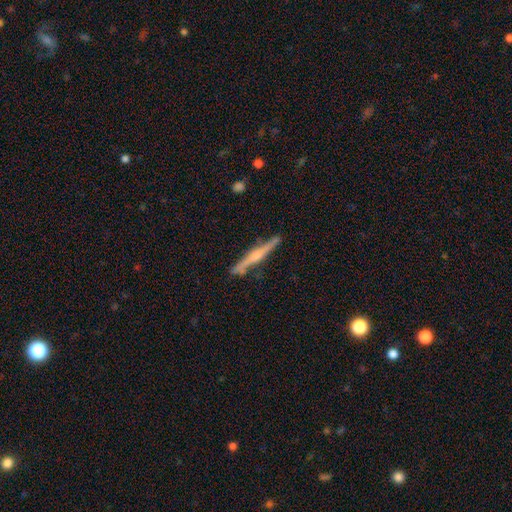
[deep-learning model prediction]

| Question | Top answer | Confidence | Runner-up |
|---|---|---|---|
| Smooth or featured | featured or disk | 73% | smooth (21%) |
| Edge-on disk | yes | 97% | no (3%) |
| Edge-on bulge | rounded | 76% | boxy (13%) |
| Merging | none | 84% | minor disturbance (12%) |